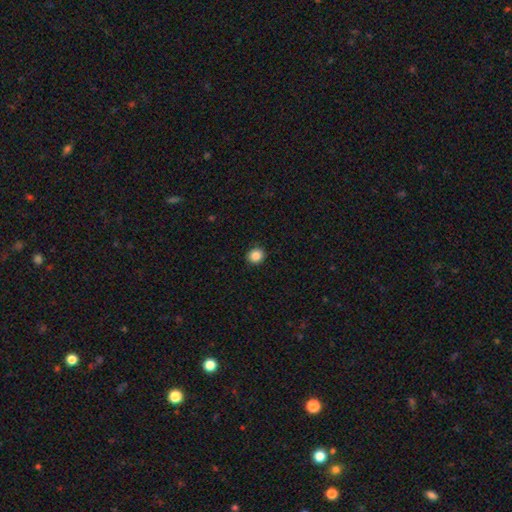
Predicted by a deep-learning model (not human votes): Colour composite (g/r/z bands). It shows a smooth galaxy with no disk features (87%) that is round (87%). Merging: none (91%).